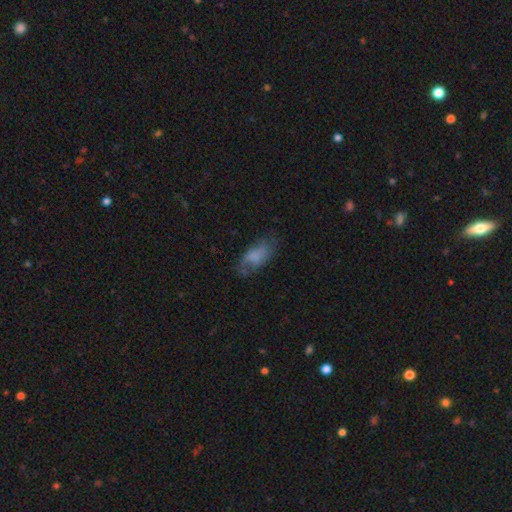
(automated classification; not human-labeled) Q: Smooth or featured?
A: smooth (60%); runner-up: featured or disk (30%)
Q: How rounded?
A: in between (86%); runner-up: cigar-shaped (10%)
Q: Merging?
A: none (57%); runner-up: minor disturbance (27%)